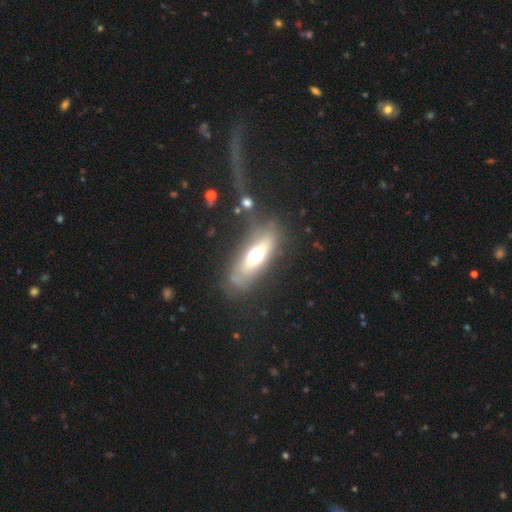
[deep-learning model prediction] Smooth or featured? smooth (47%)
Merging? none (69%)